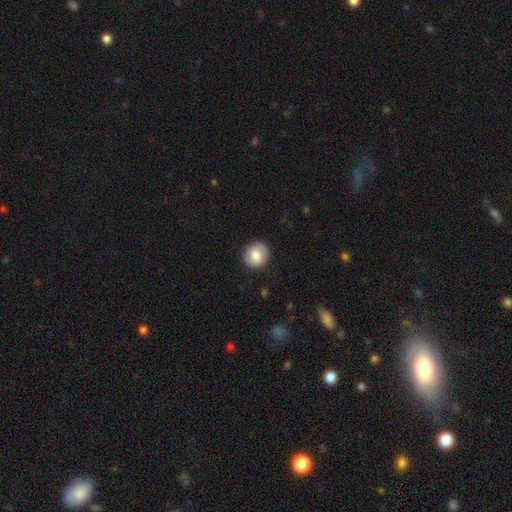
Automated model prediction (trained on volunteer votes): smooth_or_featured: smooth (p=0.78) [alt: featured or disk p=0.14]
how_rounded: round (p=0.87) [alt: in between p=0.12]
merging: none (p=0.88) [alt: minor disturbance p=0.08]